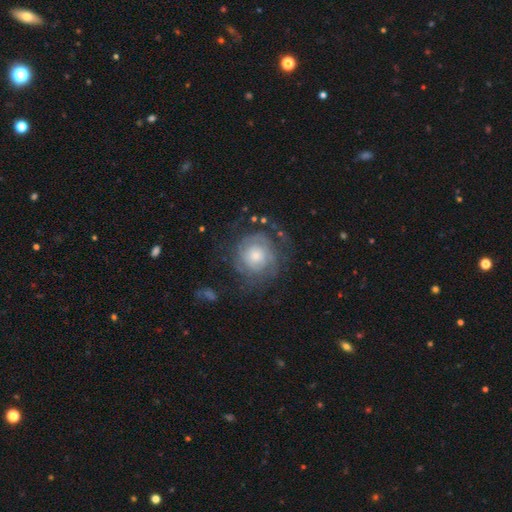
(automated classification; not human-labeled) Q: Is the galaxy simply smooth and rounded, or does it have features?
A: featured or disk — 66%.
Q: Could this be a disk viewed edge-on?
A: no — 97%.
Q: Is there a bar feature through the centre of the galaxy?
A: no — 82%.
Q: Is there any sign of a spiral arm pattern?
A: yes — 79%.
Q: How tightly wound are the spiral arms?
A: tight — 67%.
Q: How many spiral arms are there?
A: can't tell — 52%.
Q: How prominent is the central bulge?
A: moderate — 41%.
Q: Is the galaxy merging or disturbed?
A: none — 64%.